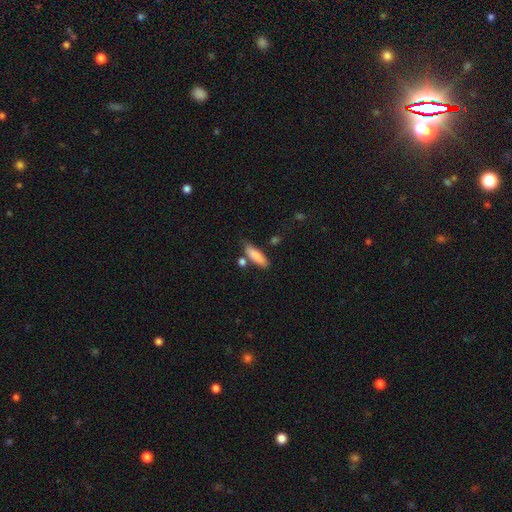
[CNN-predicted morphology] Overall: smooth (85%). How rounded: cigar-shaped (50%; in between 48%). Merging: none (73%).